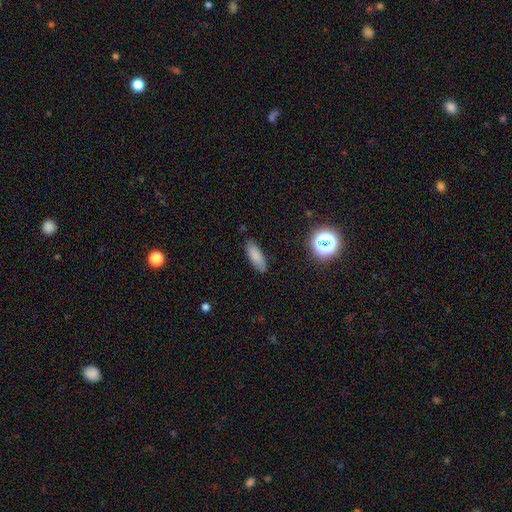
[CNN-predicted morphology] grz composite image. It shows a smooth galaxy with no disk features (83%) that is in between round and cigar-shaped (67%). Merging: none (85%).